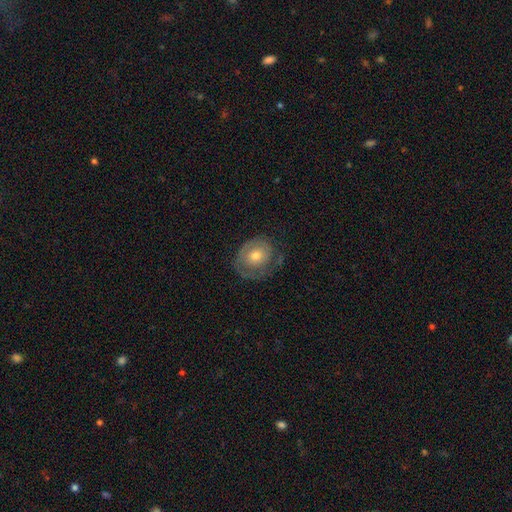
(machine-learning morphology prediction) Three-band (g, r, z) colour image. It shows a featured or disk galaxy (50%). Merging: none (58%).